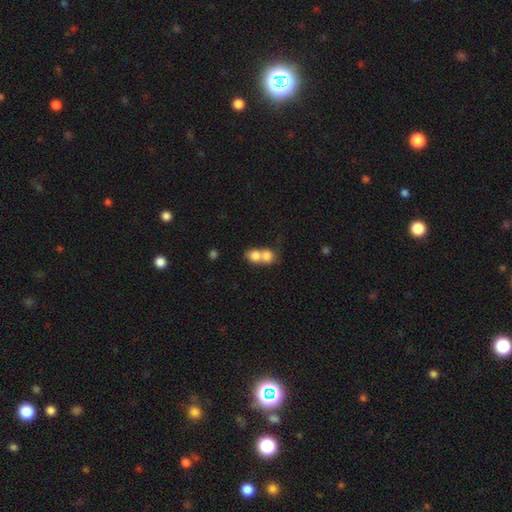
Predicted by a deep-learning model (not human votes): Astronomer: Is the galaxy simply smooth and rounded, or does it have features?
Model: smooth — 77%.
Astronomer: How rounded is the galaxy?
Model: round — 60% (runner-up: in between, 39%).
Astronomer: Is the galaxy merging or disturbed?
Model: merger — 74%.